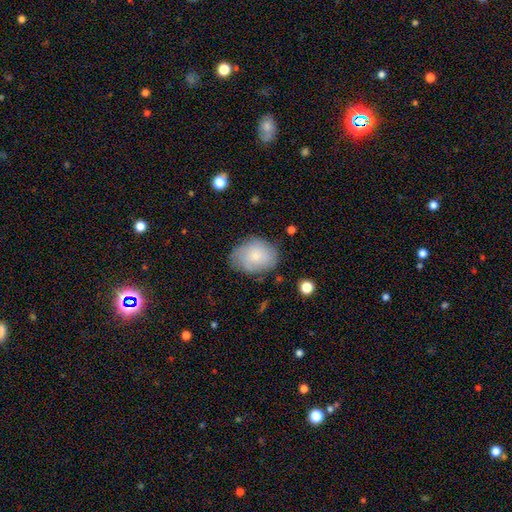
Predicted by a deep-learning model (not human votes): A smooth galaxy with no disk features (69%) that is in between round and cigar-shaped (63%). Merging: none (70%).